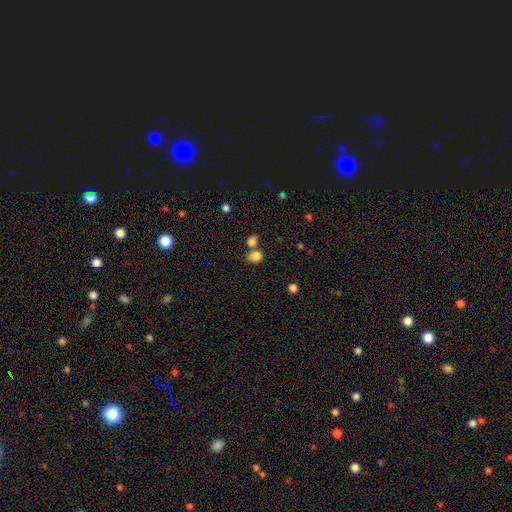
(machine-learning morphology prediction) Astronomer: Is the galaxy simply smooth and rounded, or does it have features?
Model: smooth — 82%.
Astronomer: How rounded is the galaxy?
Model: in between — 52% (runner-up: round, 47%).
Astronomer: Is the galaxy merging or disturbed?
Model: none — 51% (runner-up: merger, 35%).